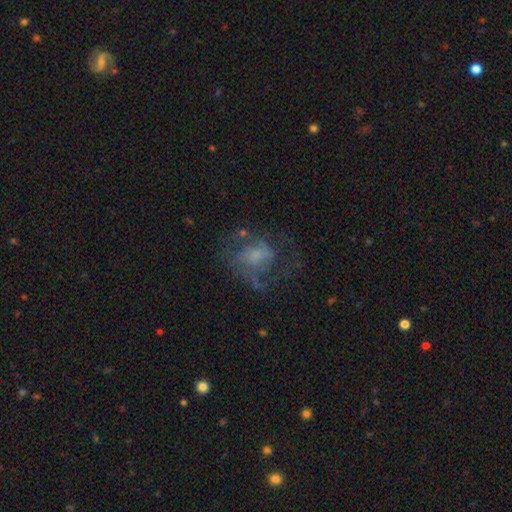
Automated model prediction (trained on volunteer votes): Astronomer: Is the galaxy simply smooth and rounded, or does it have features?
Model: featured or disk — 63%.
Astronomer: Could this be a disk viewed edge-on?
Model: no — 98%.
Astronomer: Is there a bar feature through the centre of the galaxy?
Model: no — 61%.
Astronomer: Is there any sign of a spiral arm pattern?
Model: yes — 70%.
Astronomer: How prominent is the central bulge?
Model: small — 37% (runner-up: moderate, 29%).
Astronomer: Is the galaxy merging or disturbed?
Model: none — 48% (runner-up: major disturbance, 30%).